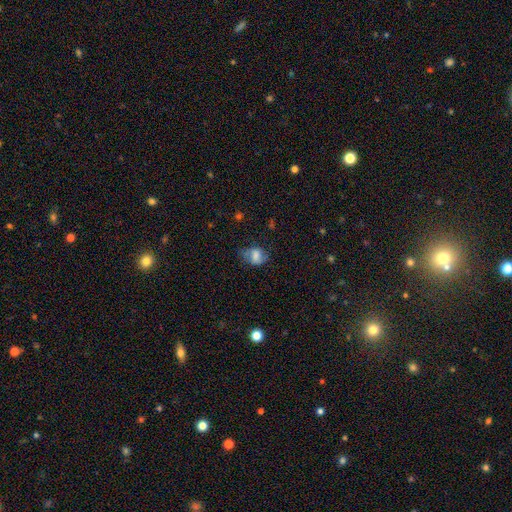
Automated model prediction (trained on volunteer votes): Q: Smooth or featured?
A: smooth (61%); runner-up: featured or disk (29%)
Q: How rounded?
A: in between (61%); runner-up: round (37%)
Q: Merging?
A: none (50%); runner-up: minor disturbance (30%)